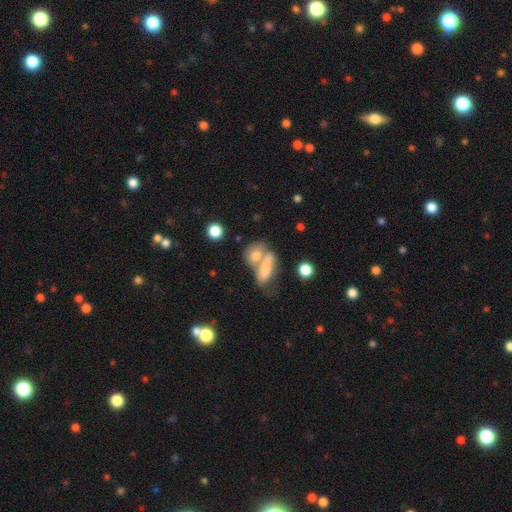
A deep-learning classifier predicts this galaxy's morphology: smooth-or-featured: smooth: 67% | featured or disk: 24% | star or artifact: 9%
  how-rounded: in between: 67% | round: 24% | cigar-shaped: 9%
  merging: merger: 63% | none: 23% | minor disturbance: 8% | major disturbance: 6%